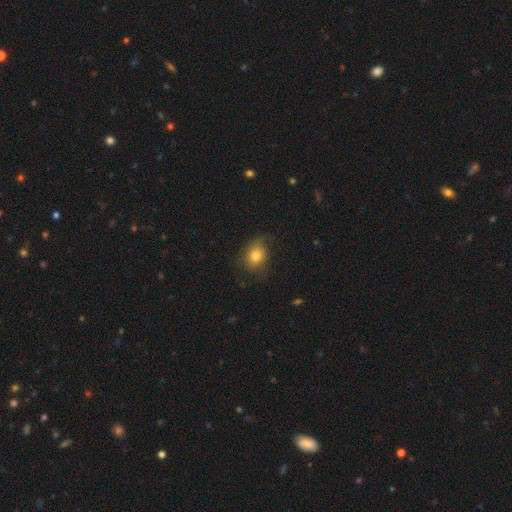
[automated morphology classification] Smooth or featured: smooth — 78% (featured or disk — 11%)
How rounded: round — 56% (in between — 43%)
Merging: none — 66% (minor disturbance — 25%)